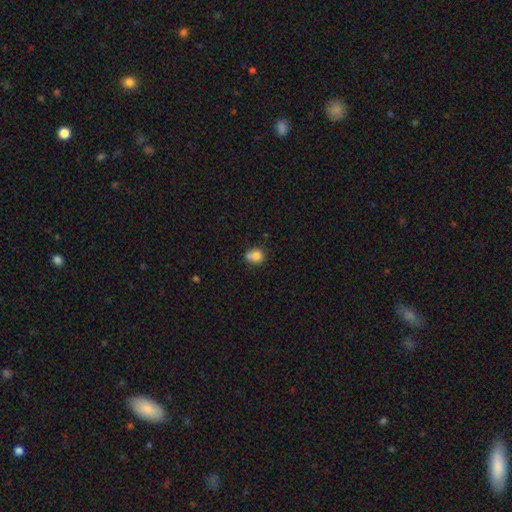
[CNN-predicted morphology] The model was most divided on "merging": none: 46%, merger: 32%, minor disturbance: 17%, major disturbance: 5%. More confident: smooth or featured — smooth (79%); how rounded — round (74%).